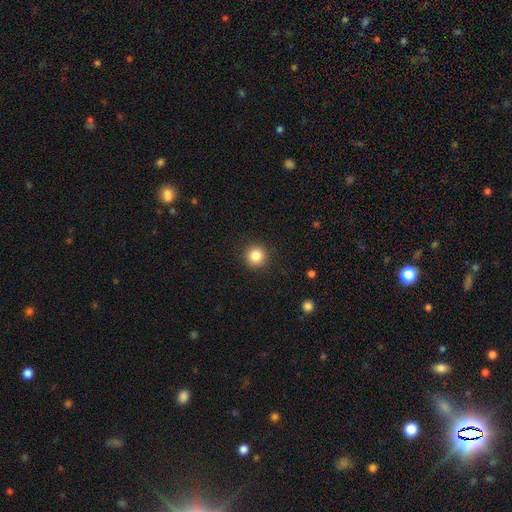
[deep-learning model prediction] This is clearly a smooth galaxy (85%). How rounded: clearly round (95%). Merging: clearly none (91%).